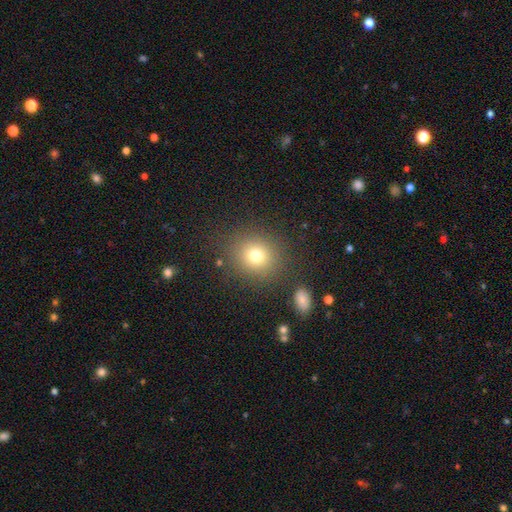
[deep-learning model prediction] This appears to be a smooth galaxy with no disk features (75%) that is round (81%). Merging: none (84%).